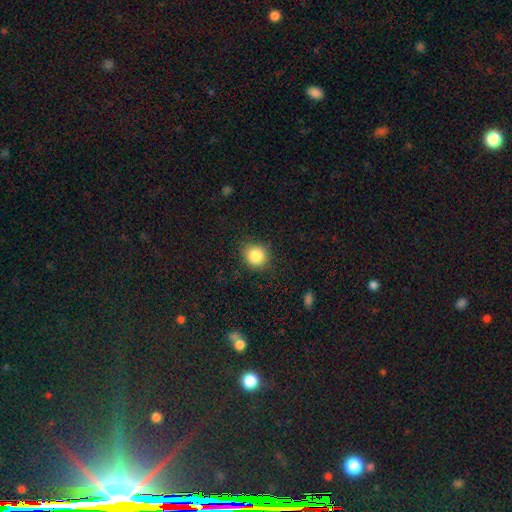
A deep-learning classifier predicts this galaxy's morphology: The model was most divided on "how rounded": round: 77%, in between: 22%, cigar-shaped: 1%. More confident: smooth or featured — smooth (85%); merging — none (85%).